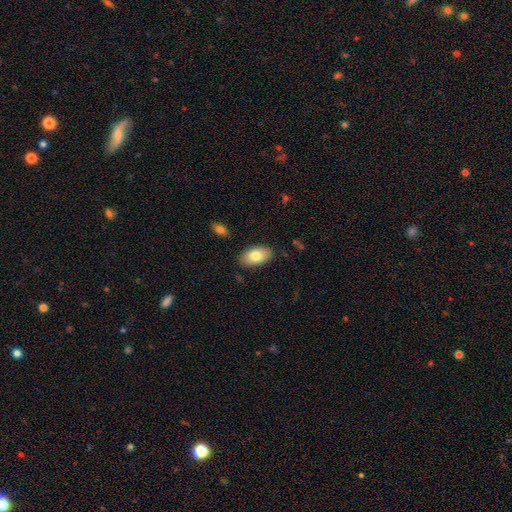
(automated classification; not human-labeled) Q: Smooth or featured?
A: smooth (80%); runner-up: featured or disk (14%)
Q: How rounded?
A: in between (94%); runner-up: round (4%)
Q: Merging?
A: none (87%); runner-up: minor disturbance (10%)